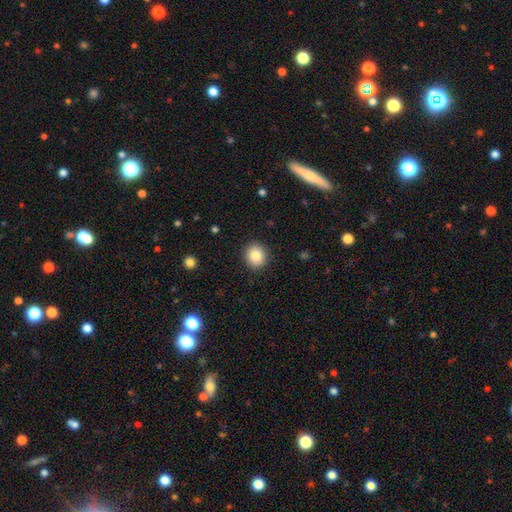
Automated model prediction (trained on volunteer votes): smooth 85%, star or artifact 9%, featured or disk 6%. Down the decision tree: how rounded — round (77%); merging — none (90%).